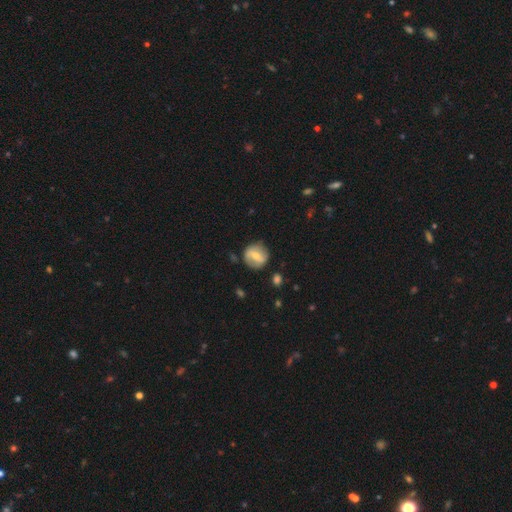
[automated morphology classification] Smooth or featured? Predicted: featured or disk (p=0.49). Merging? Predicted: none (p=0.79).